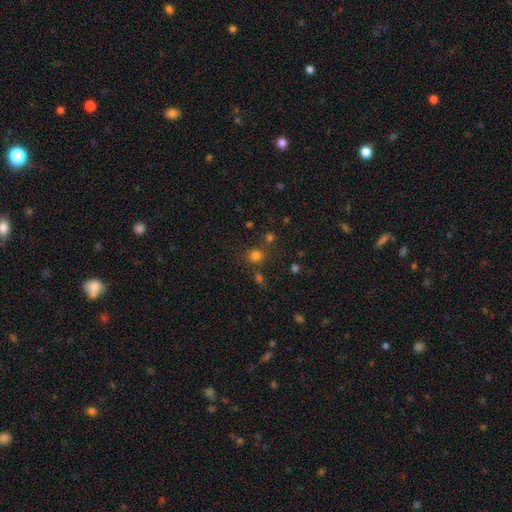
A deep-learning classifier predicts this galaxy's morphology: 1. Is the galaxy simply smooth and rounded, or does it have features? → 75% smooth, 19% star or artifact, 6% featured or disk.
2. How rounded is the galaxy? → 83% round, 16% in between, 1% cigar-shaped.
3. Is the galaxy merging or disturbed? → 72% none, 13% merger, 10% minor disturbance, 4% major disturbance.